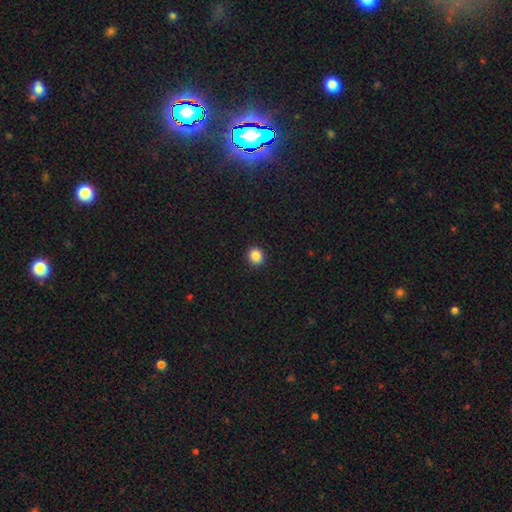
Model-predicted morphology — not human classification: Smooth or featured: smooth — 87% (star or artifact — 10%)
How rounded: round — 78% (in between — 22%)
Merging: none — 92% (minor disturbance — 5%)